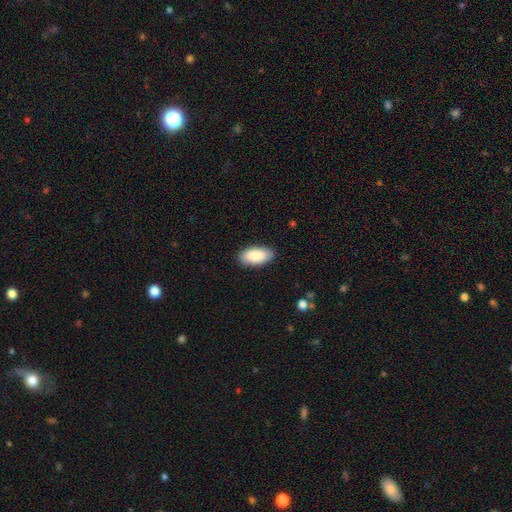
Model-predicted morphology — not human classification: Smooth or featured?
  - smooth: 89% *
  - star or artifact: 6%
  - featured or disk: 5%
How rounded?
  - in between: 94% *
  - cigar-shaped: 4%
  - round: 2%
Merging?
  - none: 88% *
  - minor disturbance: 9%
  - major disturbance: 2%
  - merger: 1%